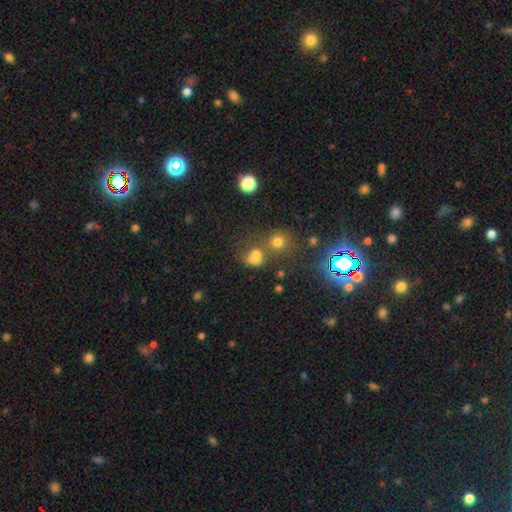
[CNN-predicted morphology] This is likely a smooth galaxy (64%). How rounded: possibly round (60%). Merging: marginally merger (40%).